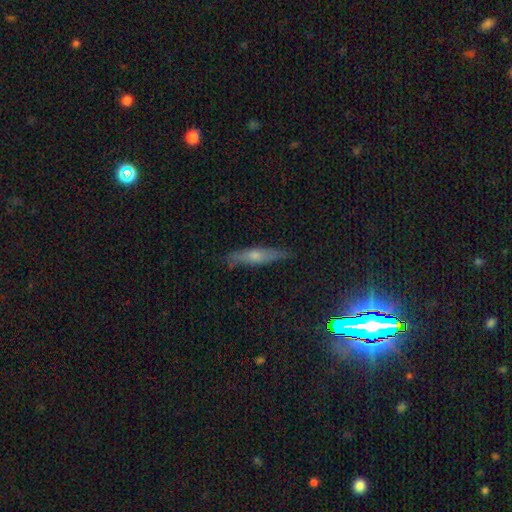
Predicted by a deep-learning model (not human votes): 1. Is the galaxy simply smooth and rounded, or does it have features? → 49% smooth, 43% featured or disk, 9% star or artifact.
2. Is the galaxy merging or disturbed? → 82% none, 14% minor disturbance, 3% major disturbance, 1% merger.